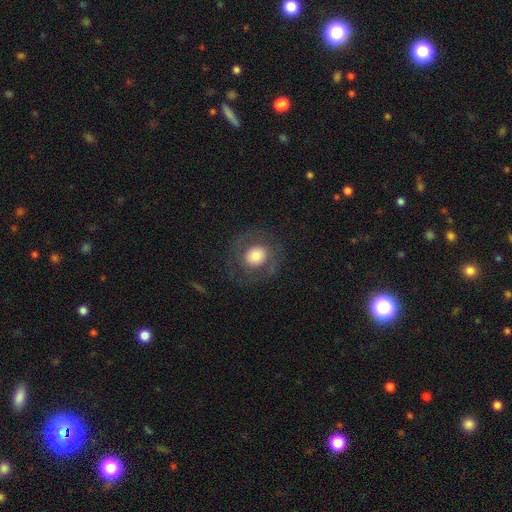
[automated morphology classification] smooth-or-featured: smooth: 61% | featured or disk: 31% | star or artifact: 9%
  how-rounded: round: 76% | in between: 23% | cigar-shaped: 1%
  merging: none: 75% | minor disturbance: 12% | major disturbance: 12% | merger: 1%